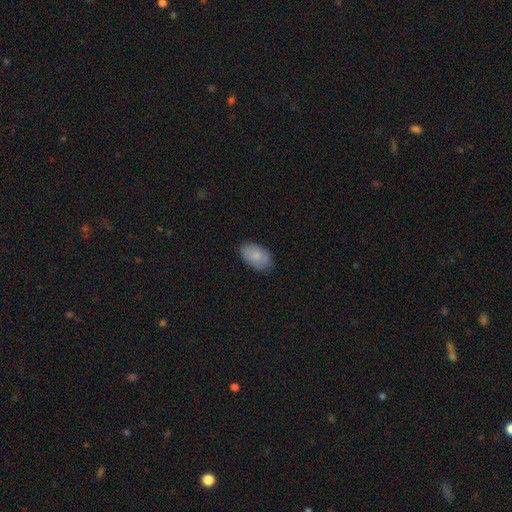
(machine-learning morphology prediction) smooth_or_featured: smooth (p=0.83) [alt: featured or disk p=0.11]
how_rounded: in between (p=0.92) [alt: round p=0.06]
merging: none (p=0.79) [alt: minor disturbance p=0.17]